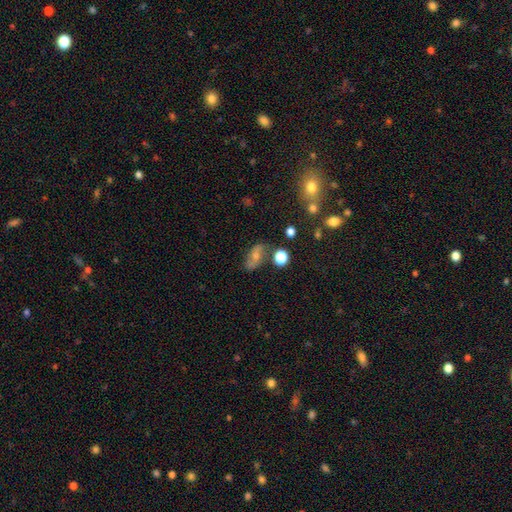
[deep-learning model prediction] Smooth or featured?
  - smooth: 44% *
  - featured or disk: 43%
  - star or artifact: 13%
Merging?
  - none: 69% *
  - minor disturbance: 18%
  - major disturbance: 7%
  - merger: 6%